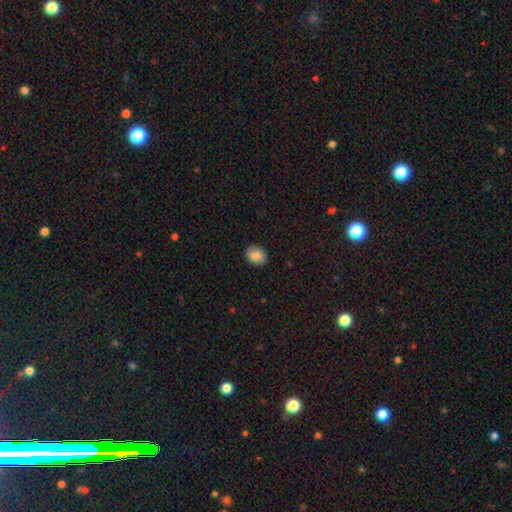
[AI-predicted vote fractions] Smooth or featured? smooth (84%)
How rounded? round (64%)
Merging? none (90%)